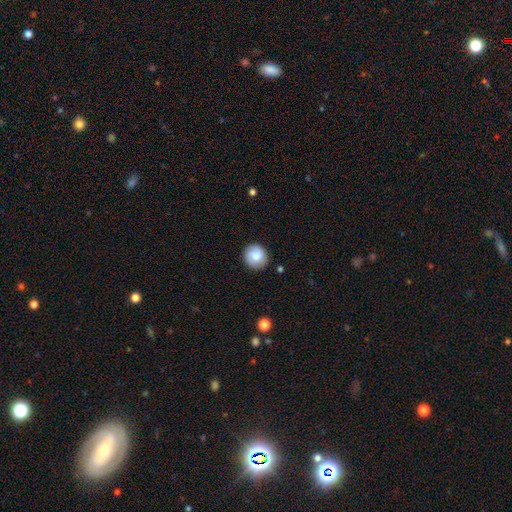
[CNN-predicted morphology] A smooth galaxy with no disk features (84%) that is round (92%). Merging: none (89%).